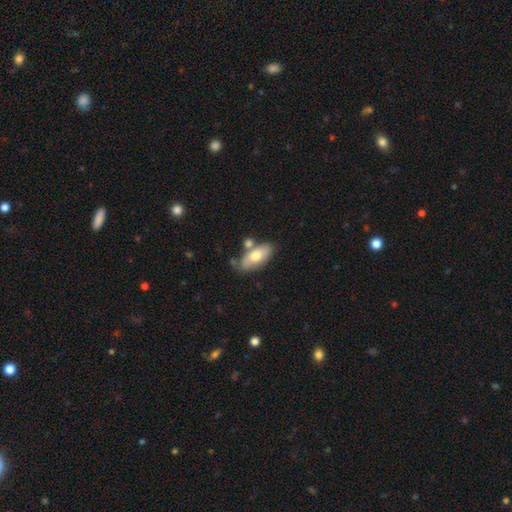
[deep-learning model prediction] A smooth galaxy with no disk features (65%) that is in between round and cigar-shaped (88%). Merging: none (60%).